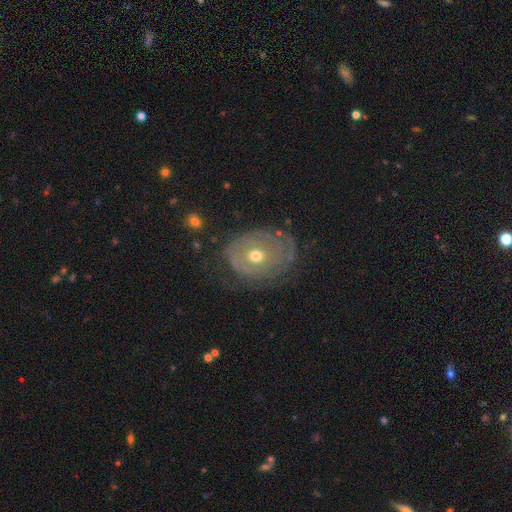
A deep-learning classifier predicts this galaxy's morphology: The model was most divided on "spiral arms": yes: 66%, no: 34%. More confident: edge-on disk — no (96%); bar — no (82%); smooth or featured — featured or disk (72%); bulge size — moderate (70%); merging — none (61%).